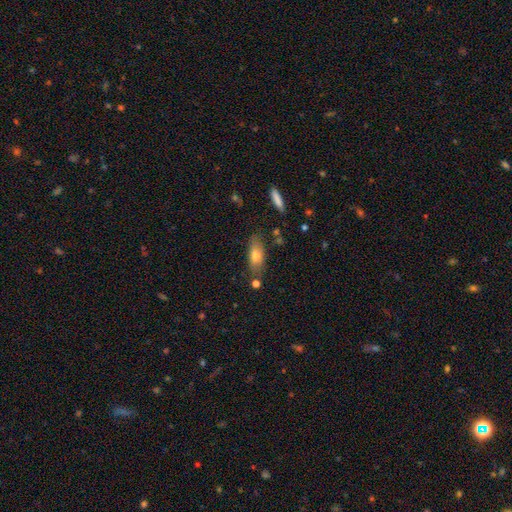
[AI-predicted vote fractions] smooth-or-featured: smooth: 74% | featured or disk: 18% | star or artifact: 8%
  how-rounded: in between: 77% | cigar-shaped: 20% | round: 4%
  merging: none: 74% | minor disturbance: 17% | merger: 6% | major disturbance: 4%